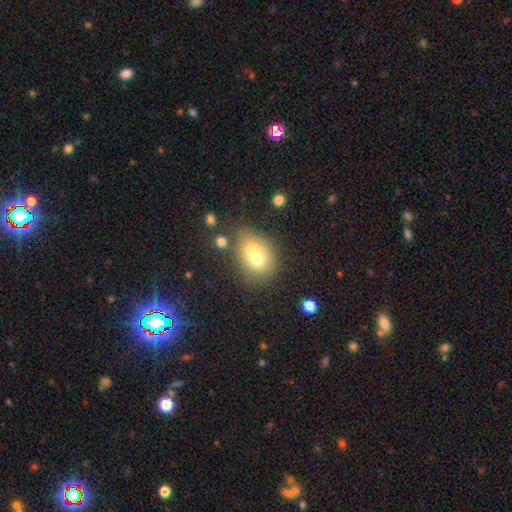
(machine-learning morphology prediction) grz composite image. It shows a smooth galaxy with no disk features (64%) that is round (51%). Merging: merger (59%).